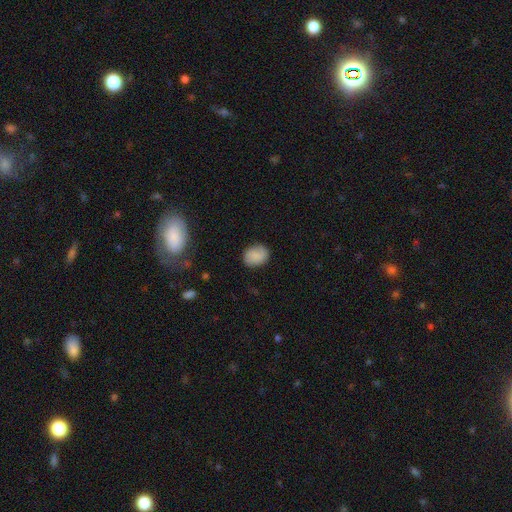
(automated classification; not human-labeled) Smooth or featured?
  - smooth: 82% *
  - featured or disk: 10%
  - star or artifact: 8%
How rounded?
  - in between: 50% *
  - round: 48%
  - cigar-shaped: 1%
Merging?
  - none: 81% *
  - minor disturbance: 15%
  - major disturbance: 3%
  - merger: 1%